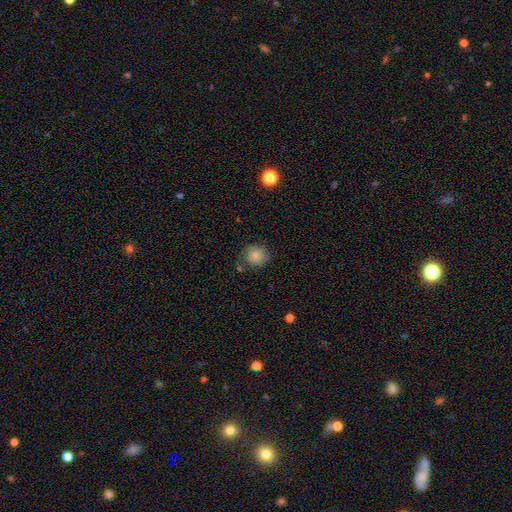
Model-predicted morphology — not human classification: Smooth or featured? smooth (81%)
How rounded? round (84%)
Merging? none (69%)